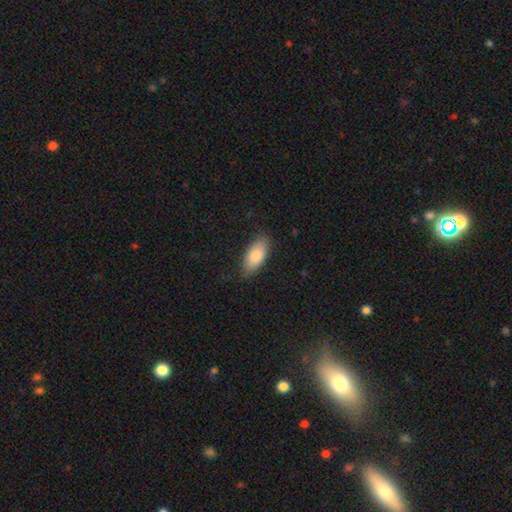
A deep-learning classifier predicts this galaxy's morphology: This appears to be a smooth galaxy with no disk features (81%) that is in between round and cigar-shaped (87%). Merging: none (83%).